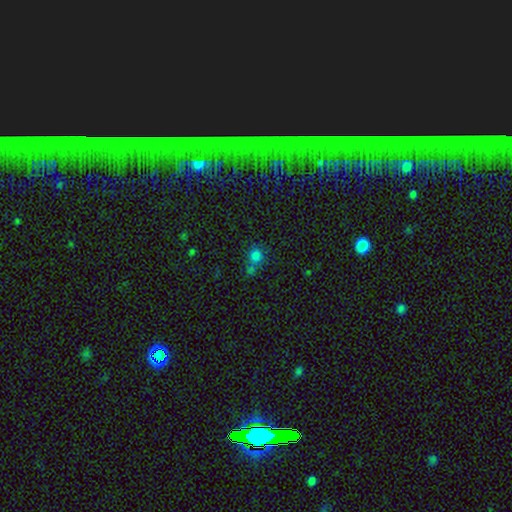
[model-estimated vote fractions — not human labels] The model was most divided on "merging": none: 45%, merger: 38%, minor disturbance: 11%, major disturbance: 5%. More confident: how rounded — round (85%); smooth or featured — smooth (73%).